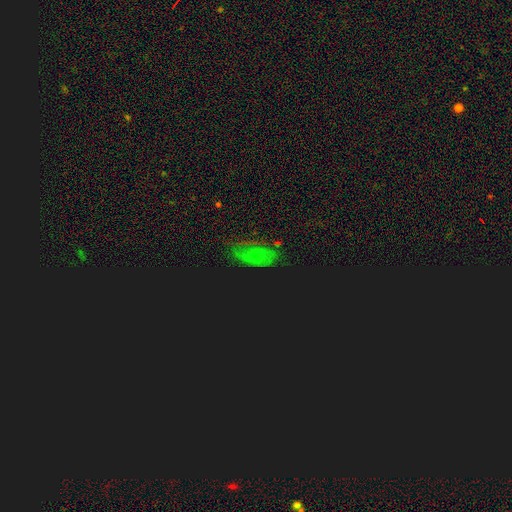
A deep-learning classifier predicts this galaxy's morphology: The model was most divided on "smooth or featured": star or artifact: 49%, smooth: 26%, featured or disk: 24%.